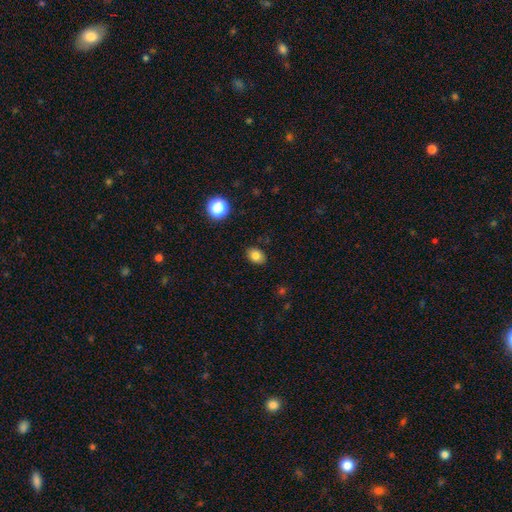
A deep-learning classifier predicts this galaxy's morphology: Smooth or featured? smooth (81%)
How rounded? in between (71%)
Merging? none (86%)